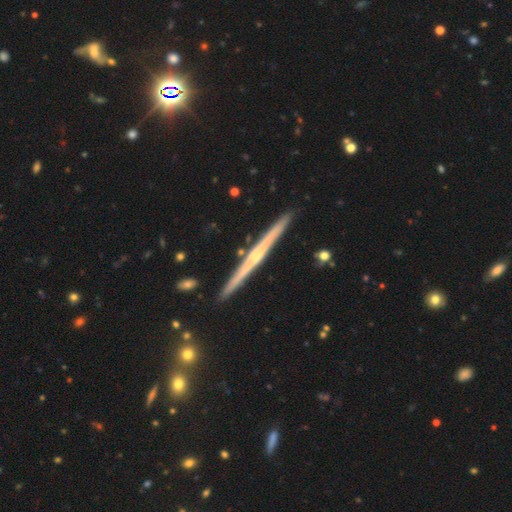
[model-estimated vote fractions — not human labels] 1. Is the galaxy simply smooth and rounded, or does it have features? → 76% featured or disk, 19% smooth, 6% star or artifact.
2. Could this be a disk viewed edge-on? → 98% yes, 2% no.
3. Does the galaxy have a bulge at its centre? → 52% rounded, 40% none, 8% boxy.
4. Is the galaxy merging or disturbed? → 90% none, 6% minor disturbance, 2% merger, 1% major disturbance.